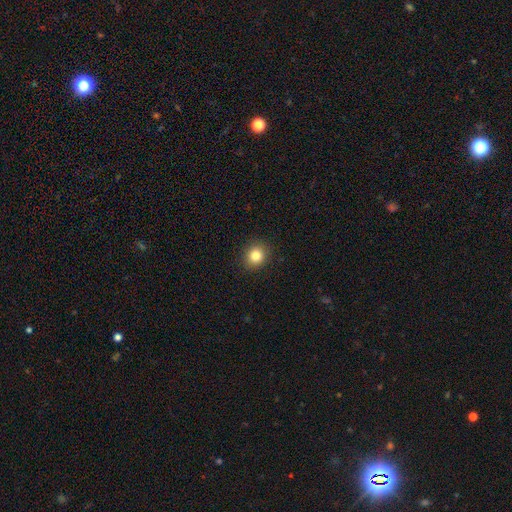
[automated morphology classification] type=smooth (83%); roundness=round (76%); merging=none (91%).